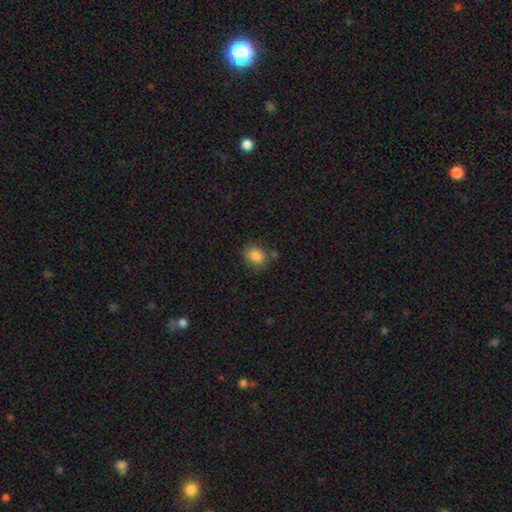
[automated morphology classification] Smooth or featured? smooth (84%)
How rounded? round (64%)
Merging? none (76%)